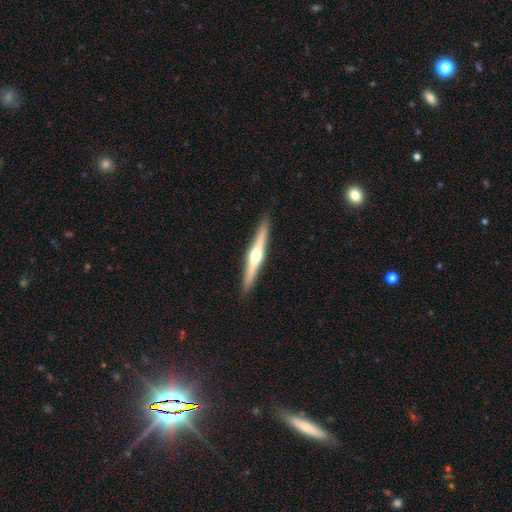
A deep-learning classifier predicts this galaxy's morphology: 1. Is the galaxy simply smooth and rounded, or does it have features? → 72% featured or disk, 23% smooth, 5% star or artifact.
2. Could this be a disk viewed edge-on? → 98% yes, 2% no.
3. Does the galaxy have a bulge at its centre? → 92% rounded, 5% none, 3% boxy.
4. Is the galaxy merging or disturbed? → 91% none, 6% minor disturbance, 1% major disturbance, 1% merger.